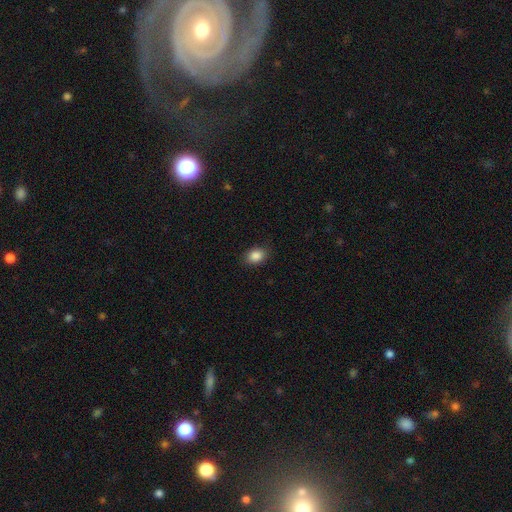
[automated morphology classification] This is clearly a smooth galaxy (87%). How rounded: likely in between (70%). Merging: clearly none (86%).